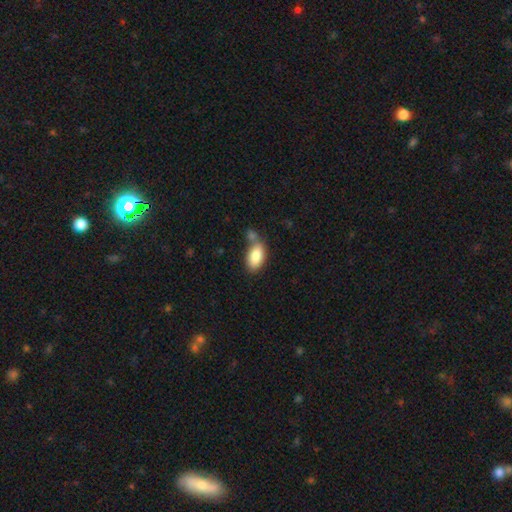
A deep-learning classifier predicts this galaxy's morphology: Overall: smooth (84%). How rounded: in between (93%). Merging: none (50%; merger 28%).